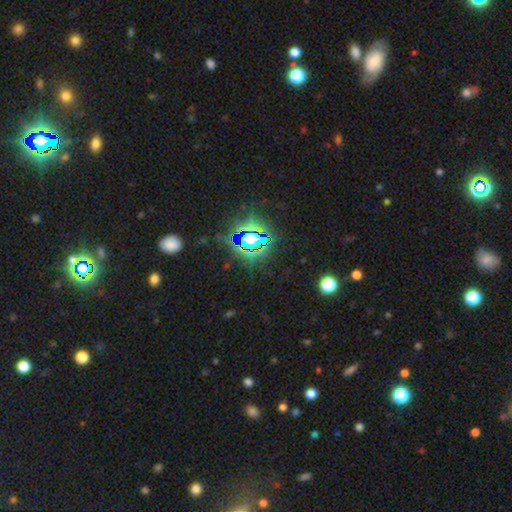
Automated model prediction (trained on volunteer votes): A star or artifact, not a galaxy (77%).